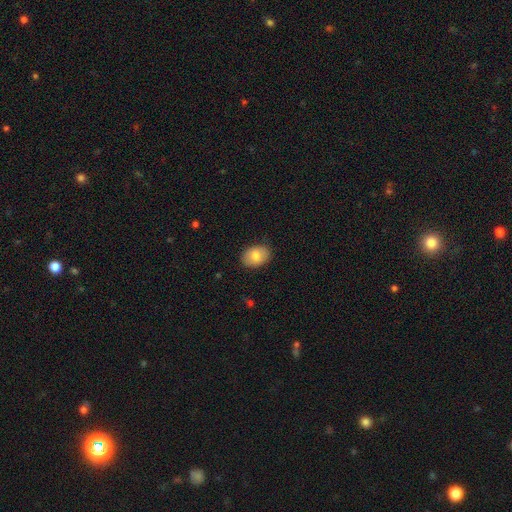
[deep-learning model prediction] This is clearly a smooth galaxy (81%). How rounded: likely in between (77%). Merging: clearly none (85%).